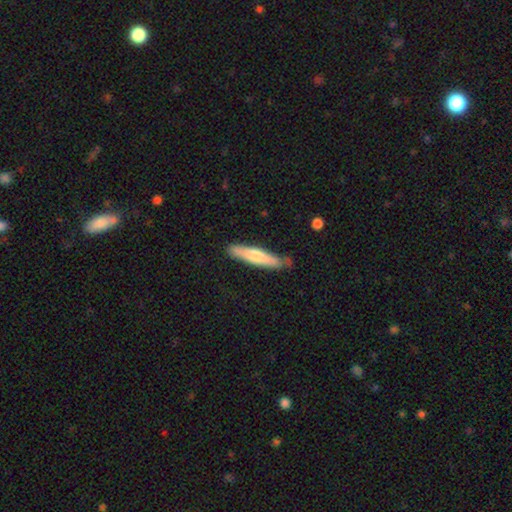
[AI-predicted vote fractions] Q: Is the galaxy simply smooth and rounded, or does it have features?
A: smooth — 62%.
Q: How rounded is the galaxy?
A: cigar-shaped — 86%.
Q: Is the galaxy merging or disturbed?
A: none — 79%.